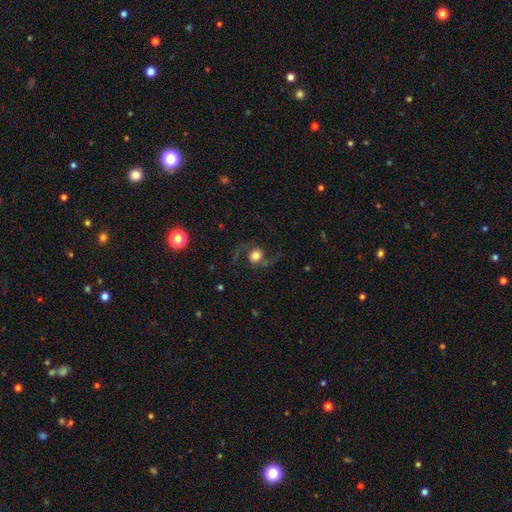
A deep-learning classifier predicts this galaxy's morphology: Smooth or featured?
  - featured or disk: 65% *
  - smooth: 25%
  - star or artifact: 10%
Edge-on disk?
  - no: 96% *
  - yes: 4%
Bar?
  - no: 65% *
  - weak: 27%
  - strong: 8%
Spiral arms?
  - yes: 92% *
  - no: 8%
Spiral winding?
  - loose: 67% *
  - medium: 28%
  - tight: 4%
Spiral arm count?
  - 2: 93% *
  - 1: 3%
  - can't tell: 2%
  - 3: 1%
  - 4: 1%
  - more than 4: 1%
Bulge size?
  - large: 40% *
  - moderate: 37%
  - dominant: 13%
  - small: 7%
  - none: 2%
Merging?
  - none: 71% *
  - minor disturbance: 13%
  - major disturbance: 13%
  - merger: 2%